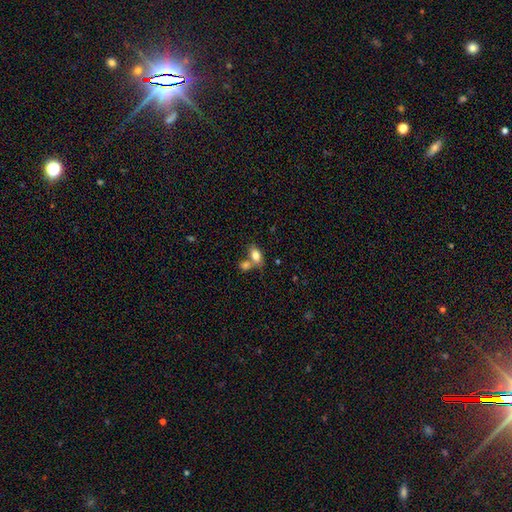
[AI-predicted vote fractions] The model was most divided on "merging": none: 45%, merger: 40%, minor disturbance: 11%, major disturbance: 4%. More confident: how rounded — in between (87%); smooth or featured — smooth (81%).